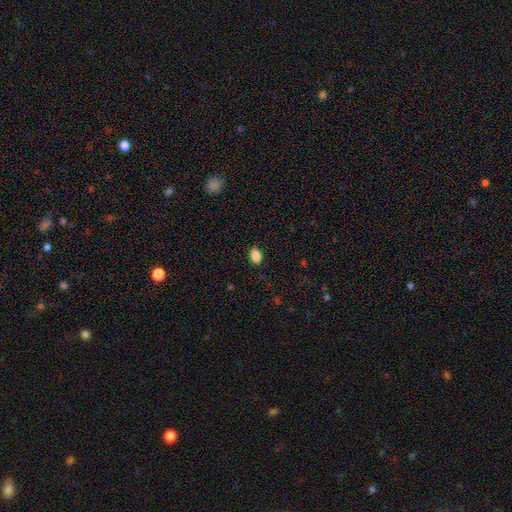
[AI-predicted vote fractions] A smooth galaxy with no disk features (87%) that is in between round and cigar-shaped (84%). Merging: none (88%).